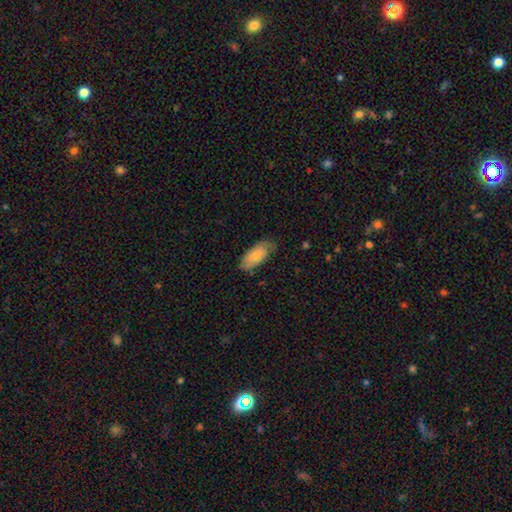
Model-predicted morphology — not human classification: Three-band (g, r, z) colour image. It shows a smooth galaxy with no disk features (75%) that is in between round and cigar-shaped (89%). Merging: none (71%).